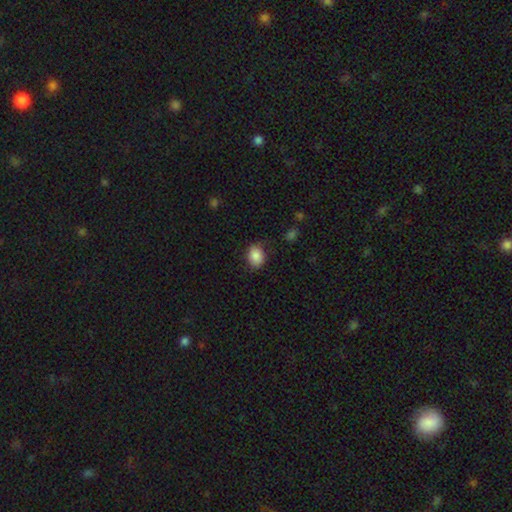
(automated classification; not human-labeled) Q: Smooth or featured?
A: smooth (87%); runner-up: star or artifact (8%)
Q: How rounded?
A: in between (55%); runner-up: round (44%)
Q: Merging?
A: none (81%); runner-up: minor disturbance (15%)